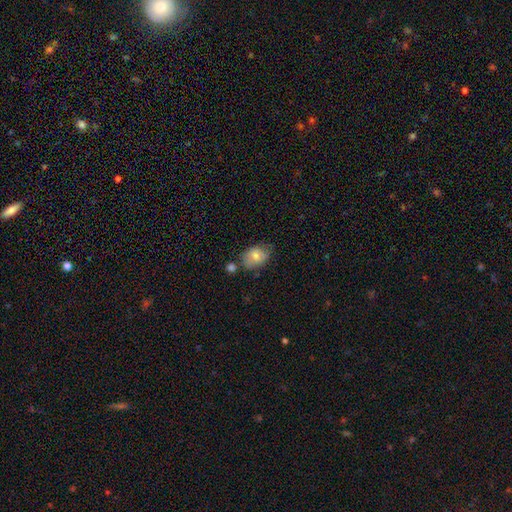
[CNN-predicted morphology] The model was most divided on "merging": none: 65%, minor disturbance: 22%, merger: 8%, major disturbance: 5%. More confident: how rounded — in between (76%); smooth or featured — smooth (71%).